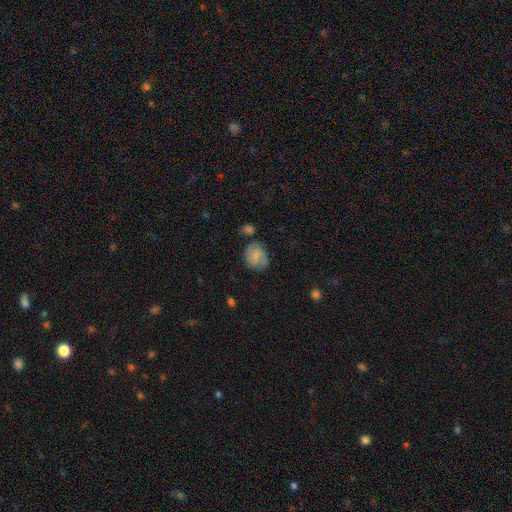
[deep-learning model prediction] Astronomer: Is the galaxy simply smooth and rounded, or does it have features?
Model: smooth — 60%.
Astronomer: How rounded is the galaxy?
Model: round — 52% (runner-up: in between, 46%).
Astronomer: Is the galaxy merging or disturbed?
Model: none — 62%.